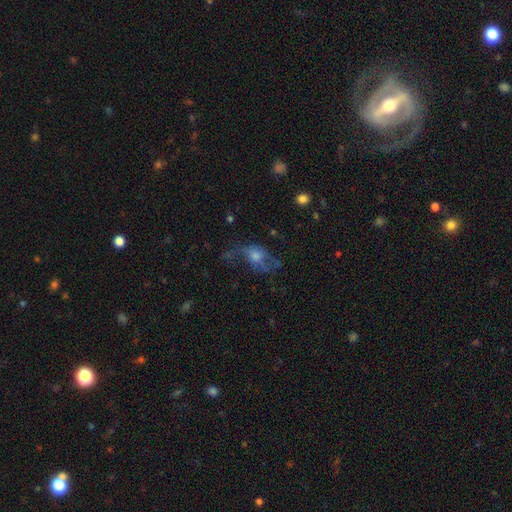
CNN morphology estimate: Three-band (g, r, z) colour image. It shows a featured or disk galaxy (47%). Merging: none (38%, tied with major disturbance).